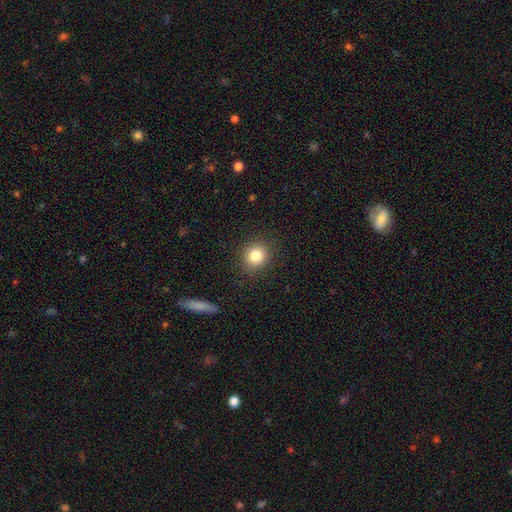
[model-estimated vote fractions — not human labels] Smooth or featured: smooth — 82% (star or artifact — 11%)
How rounded: round — 83% (in between — 16%)
Merging: none — 89% (minor disturbance — 8%)